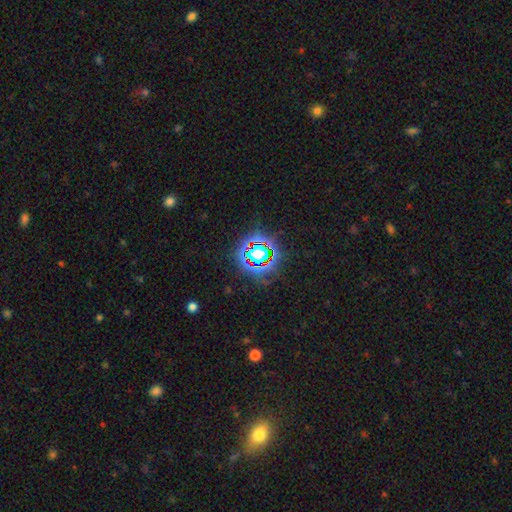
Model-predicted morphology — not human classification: This appears to be a star or artifact, not a galaxy (68%).